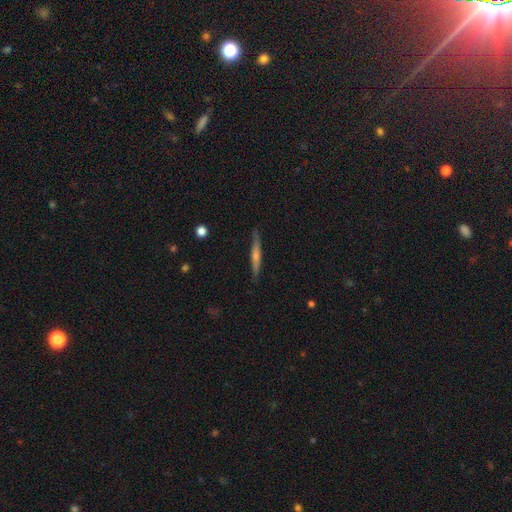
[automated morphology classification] Smooth or featured: featured or disk — 66% (smooth — 26%)
Edge-on disk: yes — 97% (no — 3%)
Edge-on bulge: rounded — 70% (none — 22%)
Merging: none — 89% (minor disturbance — 8%)